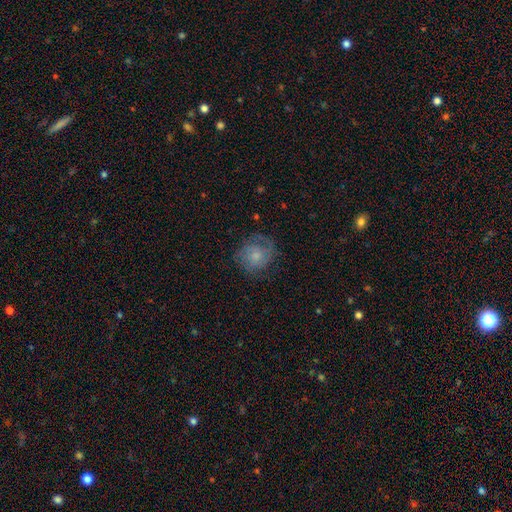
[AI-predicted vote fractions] smooth 48%, featured or disk 43%, star or artifact 9%. Down the decision tree: merging — none (65%).